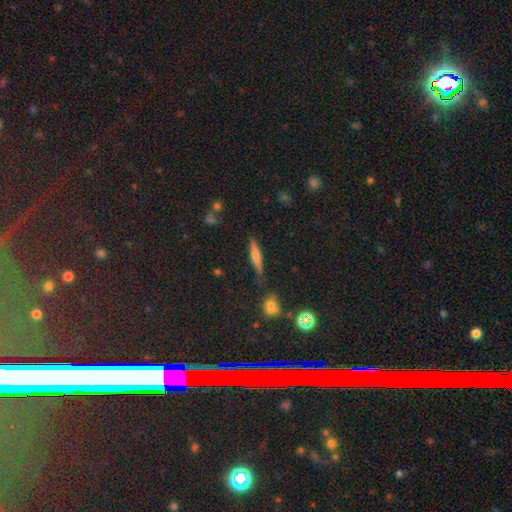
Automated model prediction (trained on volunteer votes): A smooth galaxy with no disk features (48%). Merging: none (80%).